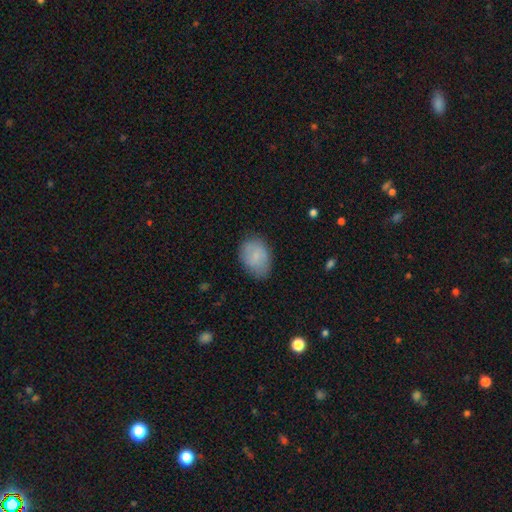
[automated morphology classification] Smooth or featured? smooth (80%)
How rounded? in between (77%)
Merging? none (76%)